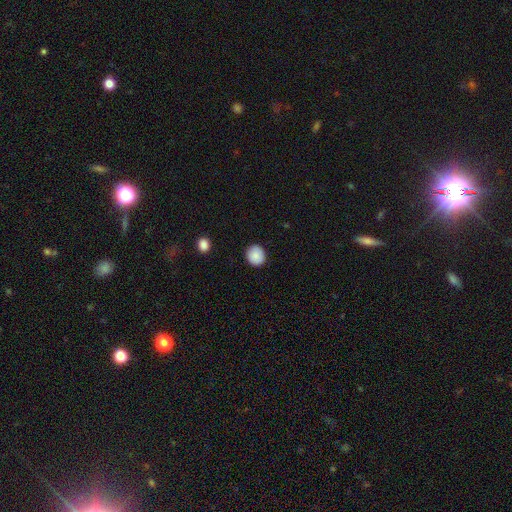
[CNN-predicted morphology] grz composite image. It shows a smooth galaxy with no disk features (87%) that is round (86%). Merging: none (89%).